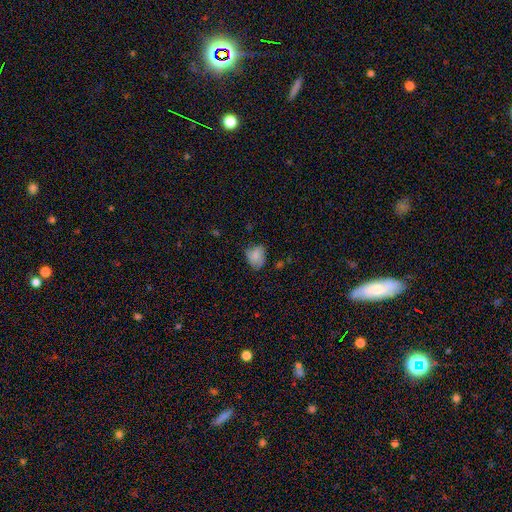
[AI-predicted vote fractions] Q: Smooth or featured?
A: smooth (77%); runner-up: featured or disk (14%)
Q: How rounded?
A: in between (55%); runner-up: round (44%)
Q: Merging?
A: none (56%); runner-up: minor disturbance (33%)